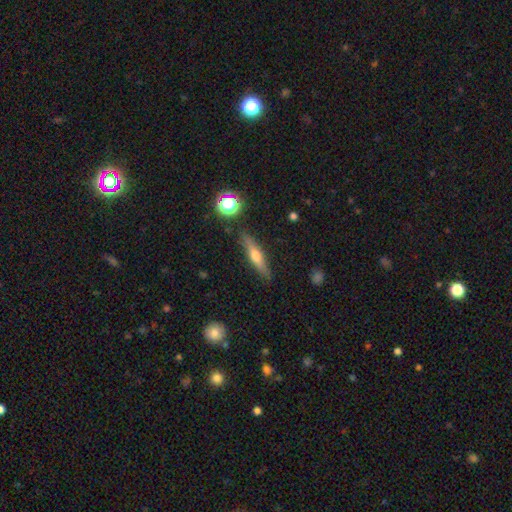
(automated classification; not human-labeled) The model was most divided on "smooth or featured": featured or disk: 50%, smooth: 42%, star or artifact: 8%. More confident: edge-on disk — yes (92%); merging — none (87%).